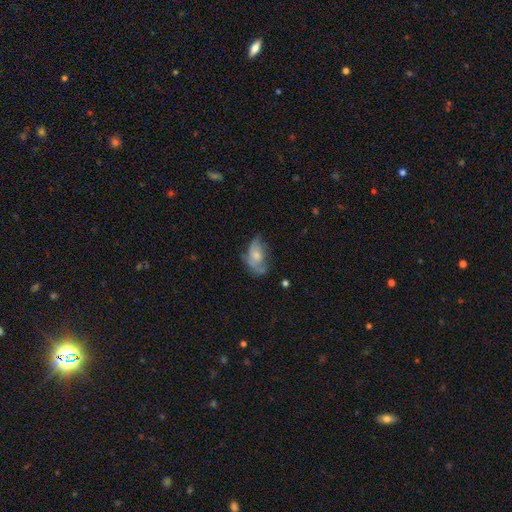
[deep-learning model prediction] Smooth or featured? smooth (48%)
Merging? none (37%)